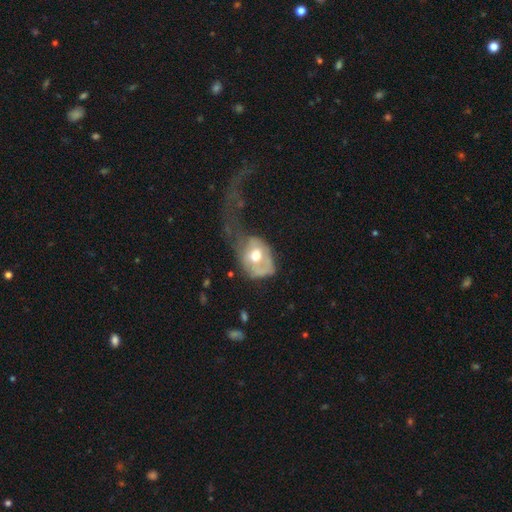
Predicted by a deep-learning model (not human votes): Smooth or featured? smooth (47%, tied with featured or disk)
Merging? major disturbance (63%)